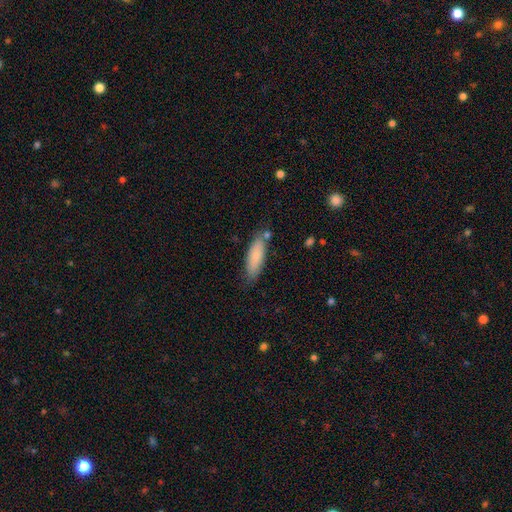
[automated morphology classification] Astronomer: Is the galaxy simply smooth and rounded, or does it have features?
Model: smooth — 82%.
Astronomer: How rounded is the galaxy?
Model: cigar-shaped — 52% (runner-up: in between, 46%).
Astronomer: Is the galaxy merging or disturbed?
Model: none — 74%.